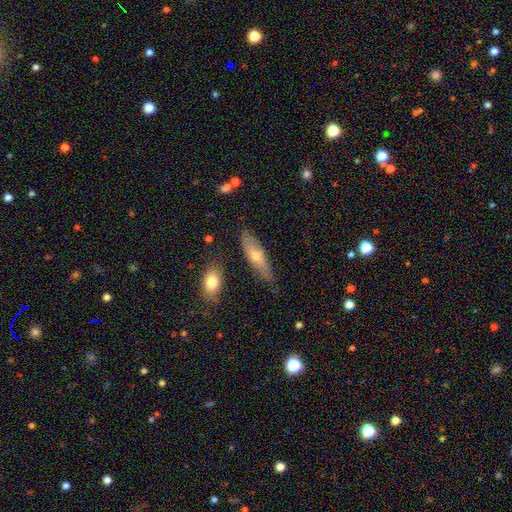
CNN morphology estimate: Smooth or featured: smooth — 57% (featured or disk — 36%)
How rounded: cigar-shaped — 57% (in between — 40%)
Merging: none — 73% (minor disturbance — 20%)